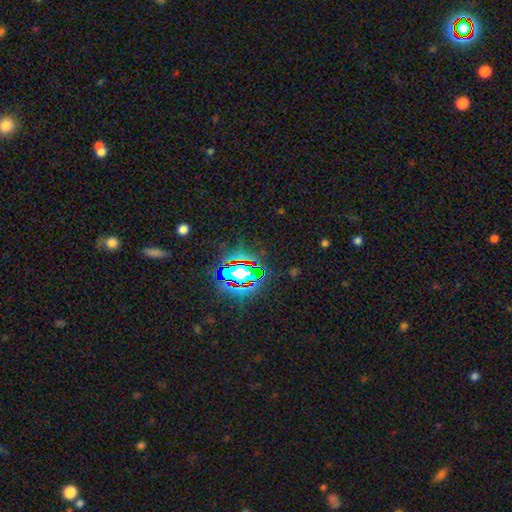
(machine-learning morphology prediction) Q: Smooth or featured?
A: star or artifact (82%); runner-up: smooth (10%)